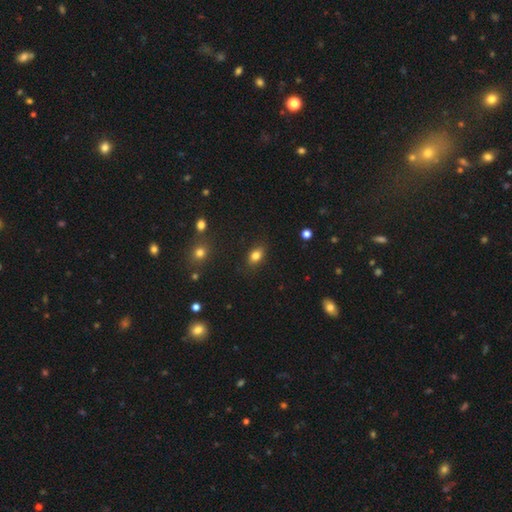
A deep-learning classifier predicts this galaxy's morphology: type=smooth (82%); roundness=in between (77%); merging=none (84%).